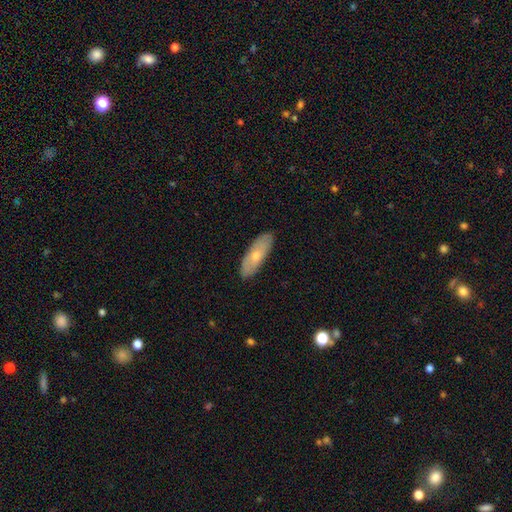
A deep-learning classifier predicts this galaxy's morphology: type=smooth (61%); roundness=in between (63%); merging=none (87%).